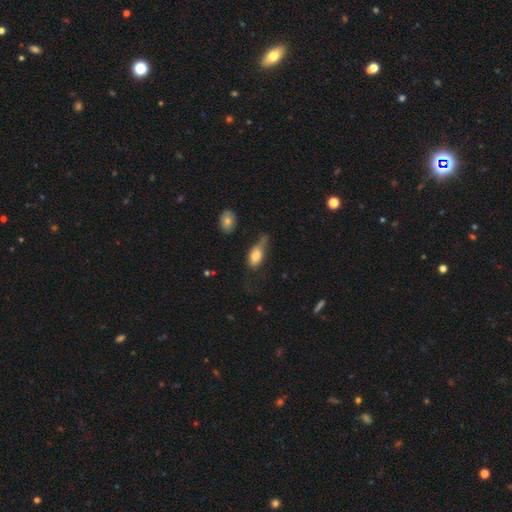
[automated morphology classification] A smooth galaxy with no disk features (74%) that is in between round and cigar-shaped (84%).

Vote fractions:
- Smooth or featured? smooth: 74% / featured or disk: 18% / star or artifact: 8%
- How rounded? in between: 84% / cigar-shaped: 10% / round: 5%
- Merging? major disturbance: 36% / minor disturbance: 33% / none: 26% / merger: 6%